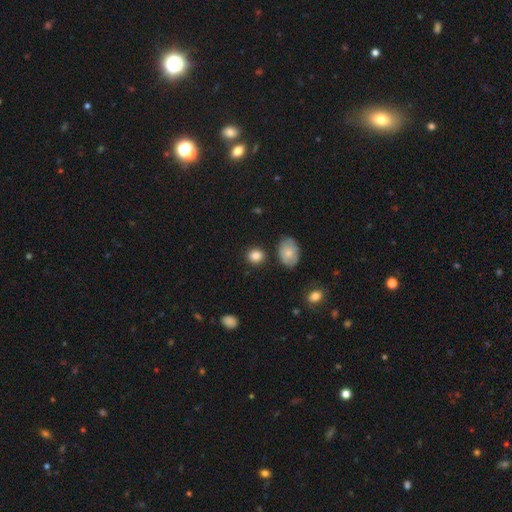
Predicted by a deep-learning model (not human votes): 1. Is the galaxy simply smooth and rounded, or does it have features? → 85% smooth, 9% star or artifact, 5% featured or disk.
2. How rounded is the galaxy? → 71% round, 28% in between, 1% cigar-shaped.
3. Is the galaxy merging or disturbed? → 83% none, 10% minor disturbance, 4% merger, 3% major disturbance.